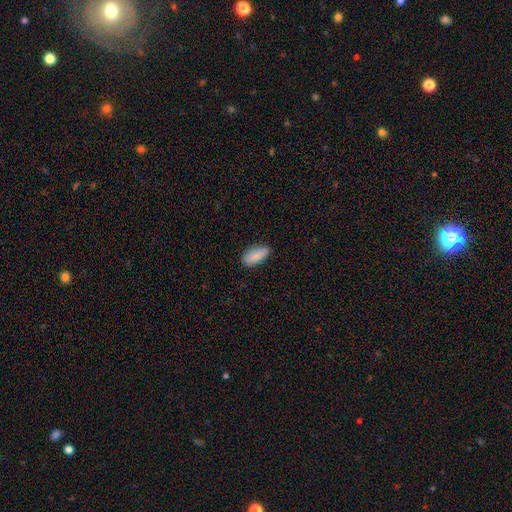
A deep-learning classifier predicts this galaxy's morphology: smooth 86%, featured or disk 8%, star or artifact 7%. Down the decision tree: how rounded — in between (86%); merging — none (78%).